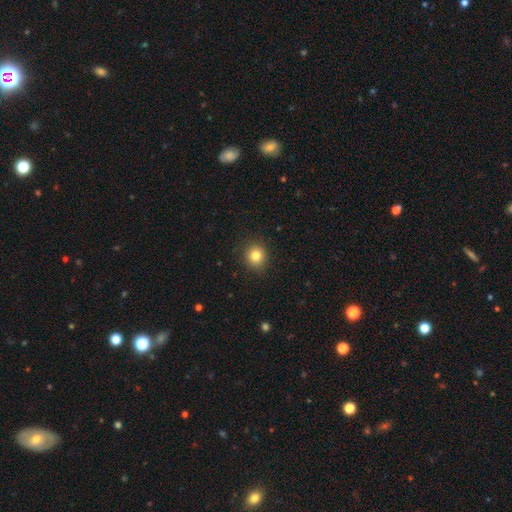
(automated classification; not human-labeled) Smooth or featured?
  - smooth: 83% *
  - star or artifact: 11%
  - featured or disk: 6%
How rounded?
  - round: 88% *
  - in between: 11%
  - cigar-shaped: 1%
Merging?
  - none: 90% *
  - minor disturbance: 7%
  - major disturbance: 2%
  - merger: 1%